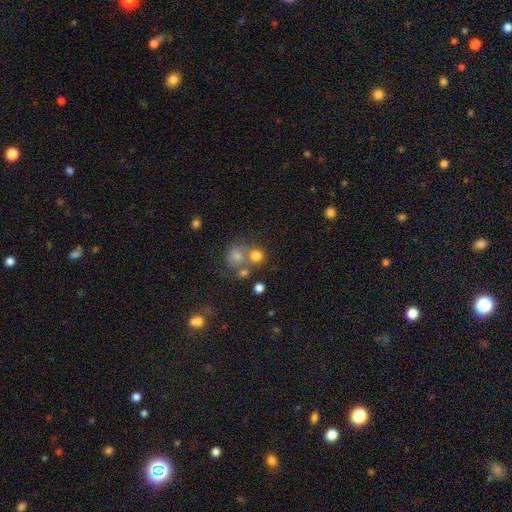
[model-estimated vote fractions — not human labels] The model was most divided on "merging": none: 50%, merger: 35%, minor disturbance: 10%, major disturbance: 5%. More confident: how rounded — round (84%); smooth or featured — smooth (74%).